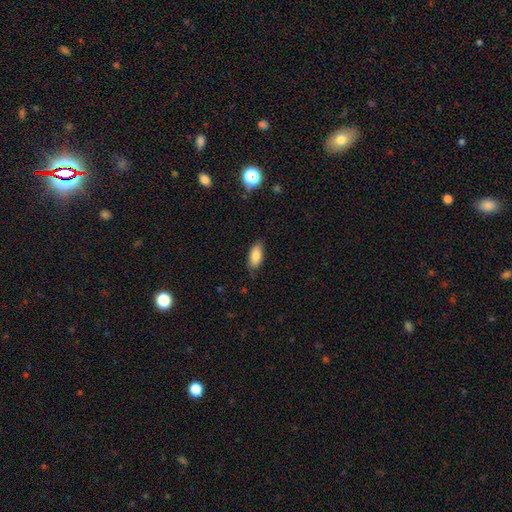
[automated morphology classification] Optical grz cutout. It shows a smooth galaxy with no disk features (85%) that is in between round and cigar-shaped (87%). Merging: none (78%).